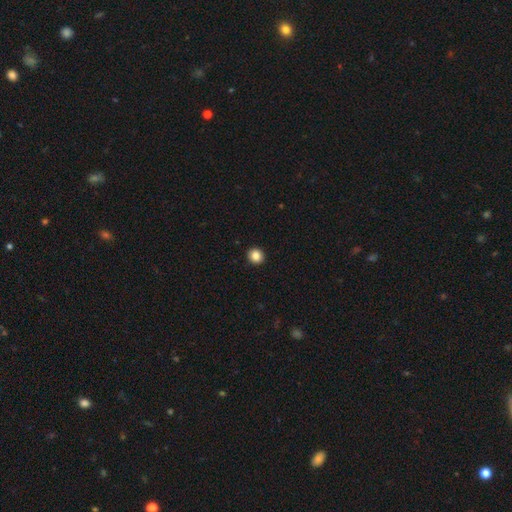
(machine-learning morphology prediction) smooth 86%, star or artifact 10%, featured or disk 4%. Down the decision tree: how rounded — round (89%); merging — none (94%).